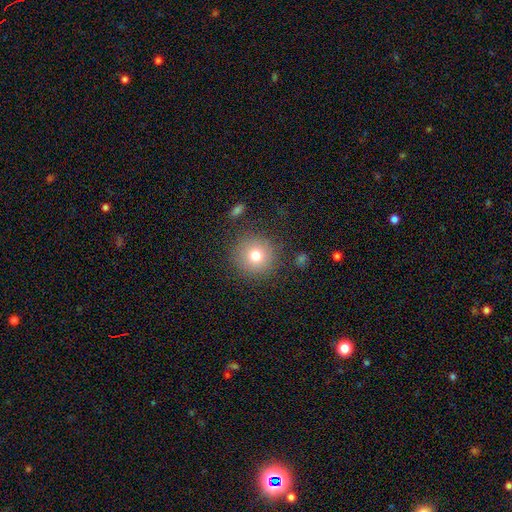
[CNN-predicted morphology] The model was most divided on "smooth or featured": smooth: 75%, star or artifact: 13%, featured or disk: 12%. More confident: how rounded — round (95%); merging — none (86%).